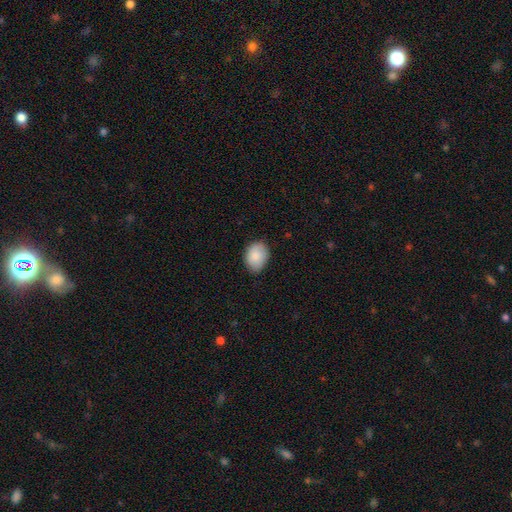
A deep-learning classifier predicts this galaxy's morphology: A smooth galaxy with no disk features (86%) that is in between round and cigar-shaped (72%). Merging: none (76%).